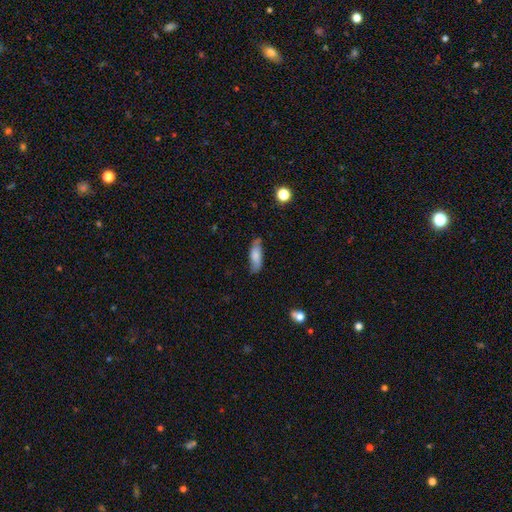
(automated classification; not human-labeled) smooth 75%, featured or disk 18%, star or artifact 7%. Down the decision tree: how rounded — in between (58%); merging — none (76%).